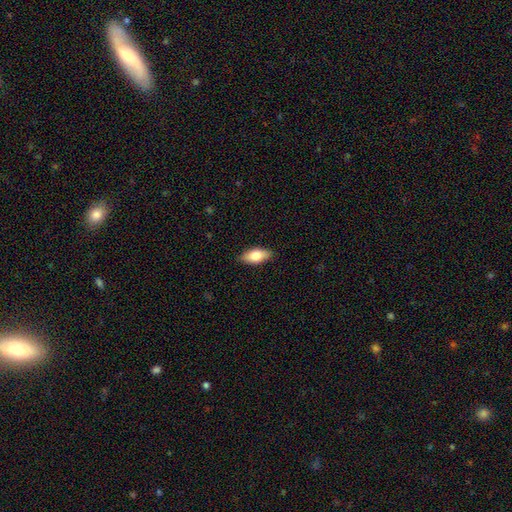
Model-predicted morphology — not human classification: This appears to be a smooth galaxy with no disk features (78%) that is in between round and cigar-shaped (87%). Merging: none (87%).